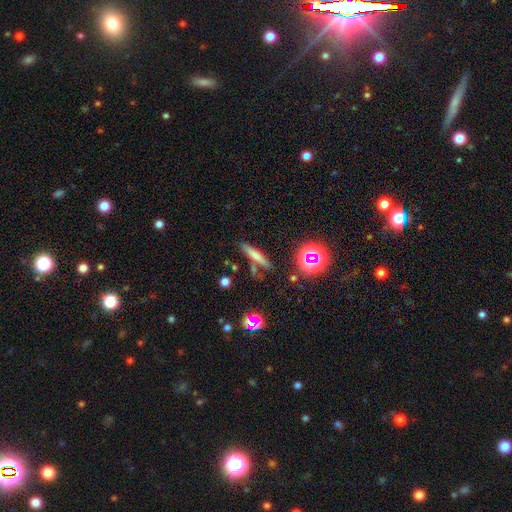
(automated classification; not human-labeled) smooth-or-featured: smooth: 58% | featured or disk: 27% | star or artifact: 15%
  how-rounded: cigar-shaped: 86% | in between: 10% | round: 4%
  merging: none: 78% | minor disturbance: 12% | merger: 6% | major disturbance: 3%